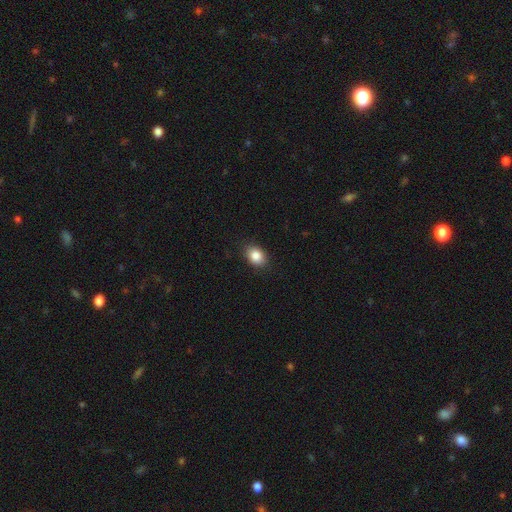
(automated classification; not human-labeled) smooth 86%, star or artifact 9%, featured or disk 5%. Down the decision tree: how rounded — in between (71%); merging — none (87%).